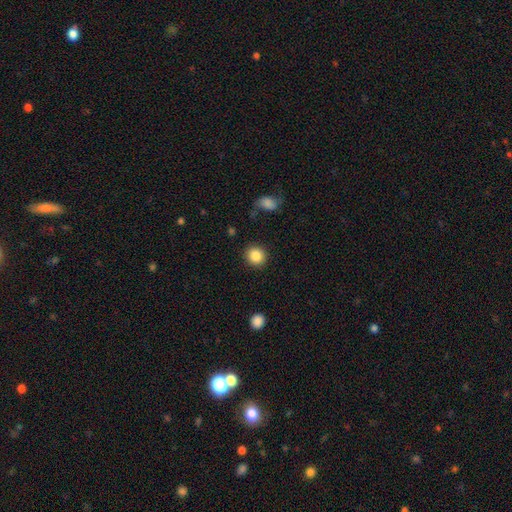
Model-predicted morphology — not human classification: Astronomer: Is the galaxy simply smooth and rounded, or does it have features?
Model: smooth — 87%.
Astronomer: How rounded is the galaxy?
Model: round — 88%.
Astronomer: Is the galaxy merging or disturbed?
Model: none — 89%.